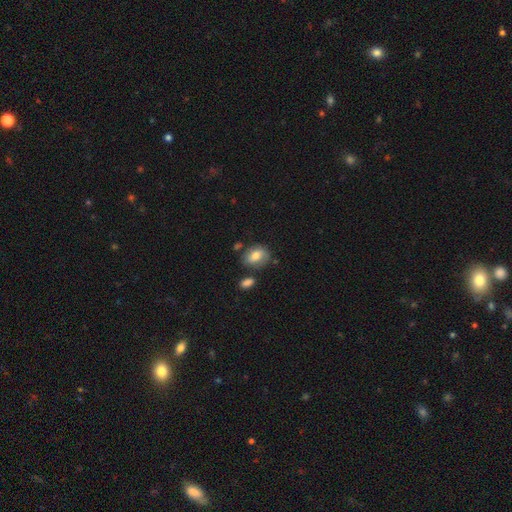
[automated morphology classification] A smooth galaxy with no disk features (72%) that is in between round and cigar-shaped (68%).

Vote fractions:
- Smooth or featured? smooth: 72% / featured or disk: 19% / star or artifact: 8%
- How rounded? in between: 68% / round: 31% / cigar-shaped: 2%
- Merging? none: 65% / minor disturbance: 20% / merger: 9% / major disturbance: 5%